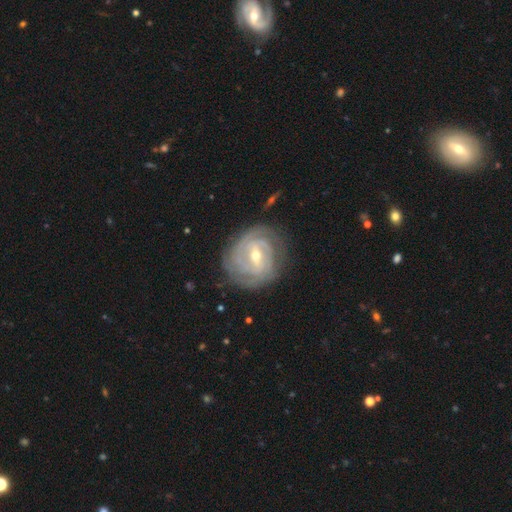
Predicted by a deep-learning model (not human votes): Overall: featured or disk (87%). Edge-on disk: no (97%). Bar: weak (52%; strong 31%). Spiral arms: yes (95%). Spiral arm count: can't tell (30%; 2 26%). Spiral winding: tight (75%). Bulge size: small (49%; moderate 48%). Merging: none (78%).